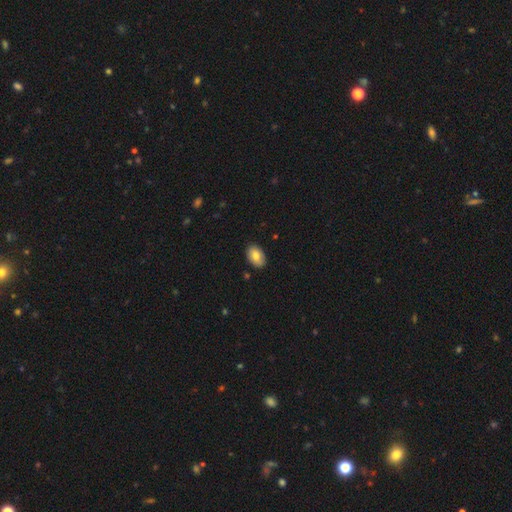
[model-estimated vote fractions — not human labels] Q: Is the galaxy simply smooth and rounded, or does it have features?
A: smooth — 78%.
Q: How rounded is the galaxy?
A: in between — 89%.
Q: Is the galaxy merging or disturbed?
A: none — 87%.